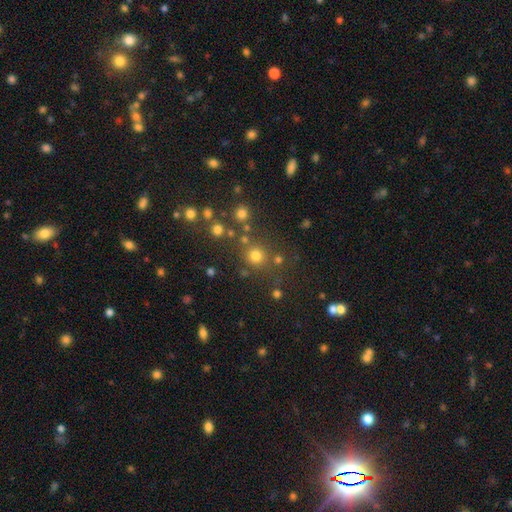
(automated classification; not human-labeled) Smooth or featured? smooth (75%)
How rounded? round (91%)
Merging? none (77%)